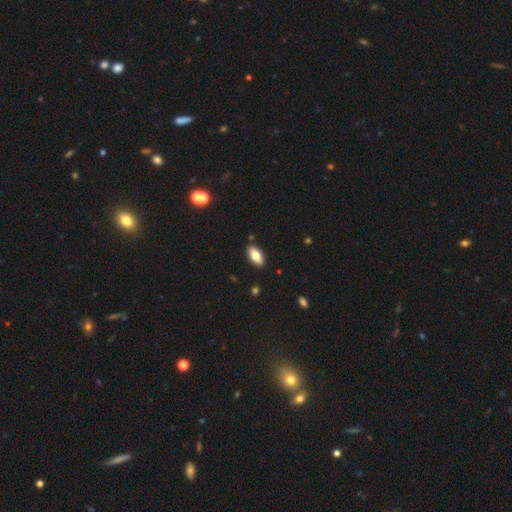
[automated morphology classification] Q: Smooth or featured?
A: smooth (74%); runner-up: featured or disk (19%)
Q: How rounded?
A: in between (88%); runner-up: cigar-shaped (9%)
Q: Merging?
A: none (89%); runner-up: minor disturbance (8%)